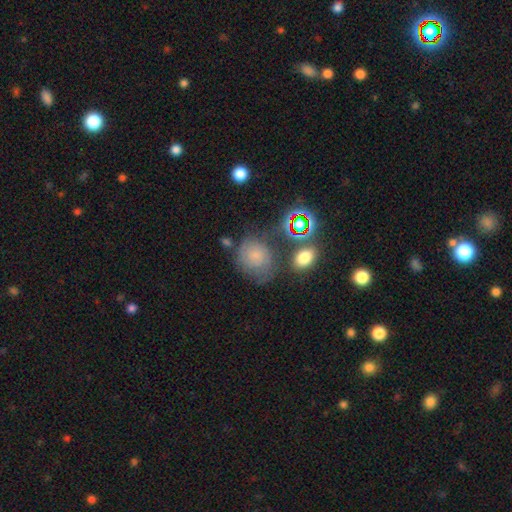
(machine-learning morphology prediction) Smooth or featured: smooth — 48% (featured or disk — 33%)
Merging: none — 55% (minor disturbance — 23%)